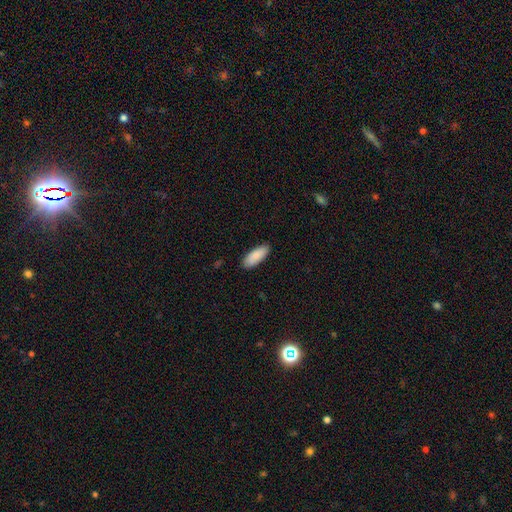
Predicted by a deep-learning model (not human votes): Q: Smooth or featured?
A: smooth (88%); runner-up: featured or disk (6%)
Q: How rounded?
A: in between (77%); runner-up: cigar-shaped (22%)
Q: Merging?
A: none (88%); runner-up: minor disturbance (9%)